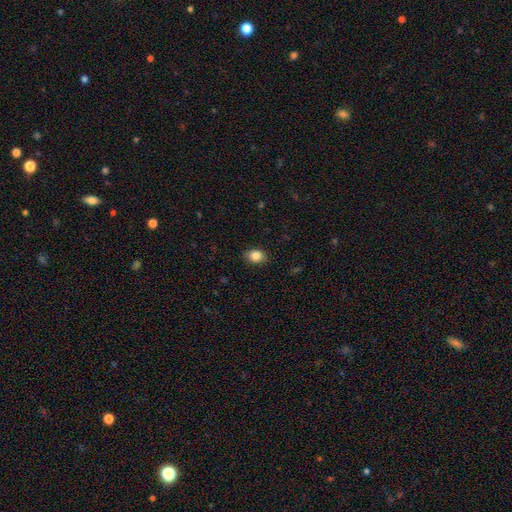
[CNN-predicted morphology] Overall: smooth (86%). How rounded: in between (64%; round 35%). Merging: none (86%).